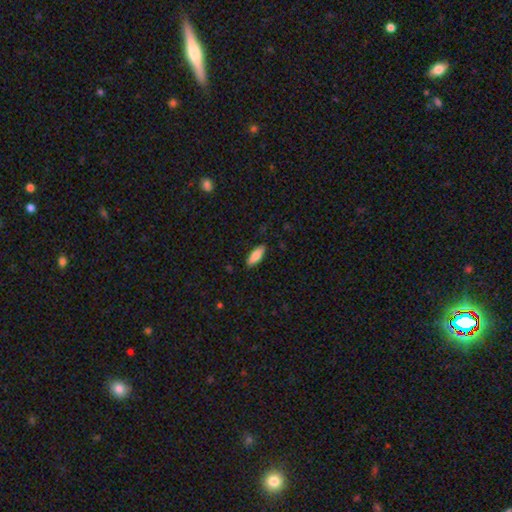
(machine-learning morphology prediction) A smooth galaxy with no disk features (82%) that is in between round and cigar-shaped (68%).

Vote fractions:
- Smooth or featured? smooth: 82% / featured or disk: 12% / star or artifact: 6%
- How rounded? in between: 68% / cigar-shaped: 30% / round: 2%
- Merging? none: 86% / minor disturbance: 10% / major disturbance: 2% / merger: 1%